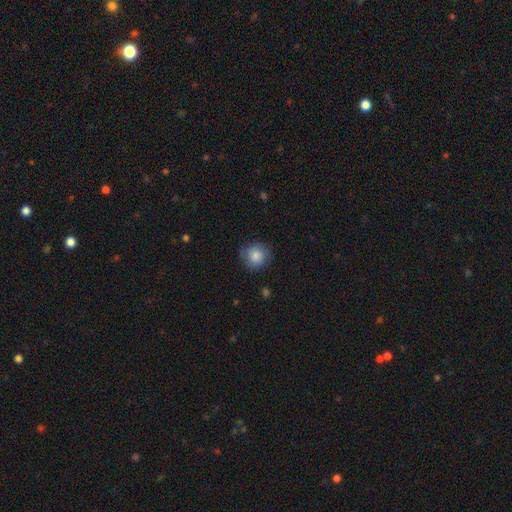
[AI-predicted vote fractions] smooth-or-featured: smooth: 82% | featured or disk: 11% | star or artifact: 8%
  how-rounded: round: 91% | in between: 8% | cigar-shaped: 1%
  merging: none: 79% | minor disturbance: 15% | major disturbance: 4% | merger: 1%